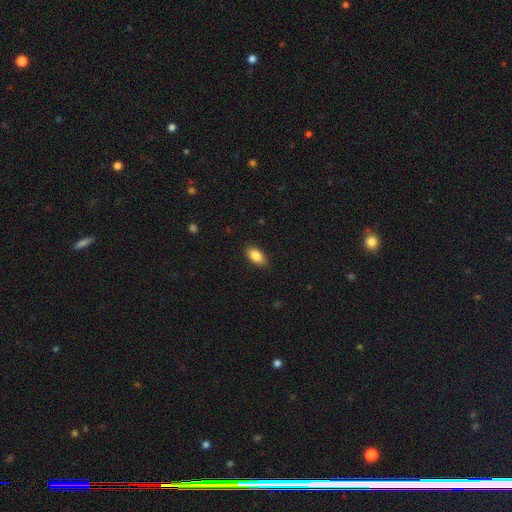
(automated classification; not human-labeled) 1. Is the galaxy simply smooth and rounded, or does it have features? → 86% smooth, 7% star or artifact, 6% featured or disk.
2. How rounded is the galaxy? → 92% in between, 5% round, 4% cigar-shaped.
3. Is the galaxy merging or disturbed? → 86% none, 11% minor disturbance, 2% major disturbance, 1% merger.